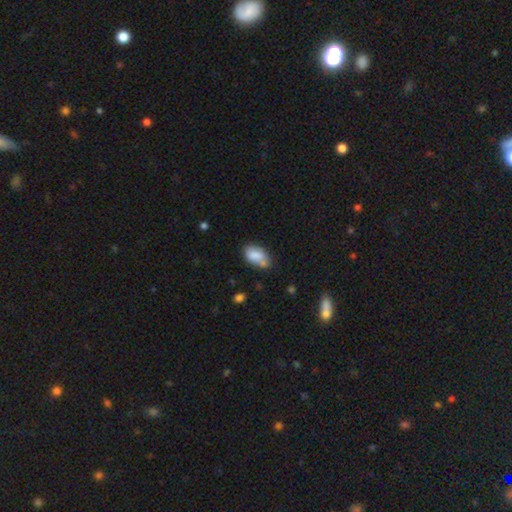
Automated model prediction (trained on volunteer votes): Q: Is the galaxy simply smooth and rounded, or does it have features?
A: smooth — 78%.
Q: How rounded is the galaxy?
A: in between — 92%.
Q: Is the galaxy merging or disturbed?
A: none — 51%.